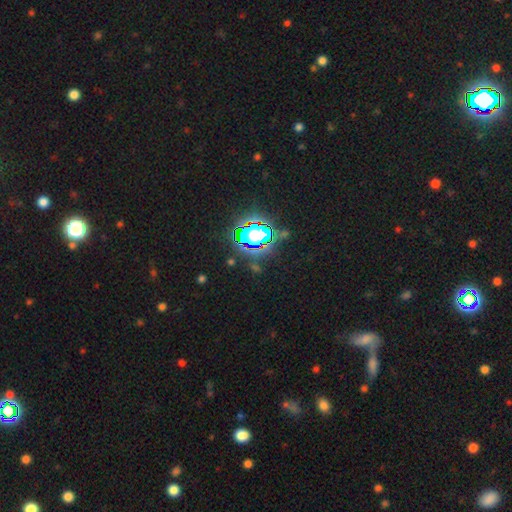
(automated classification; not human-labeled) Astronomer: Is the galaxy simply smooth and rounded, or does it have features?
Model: star or artifact — 79%.